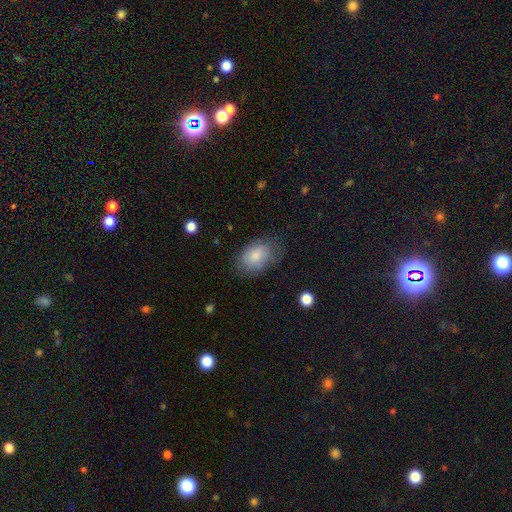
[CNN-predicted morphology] type=smooth (80%); roundness=in between (87%); merging=none (65%).